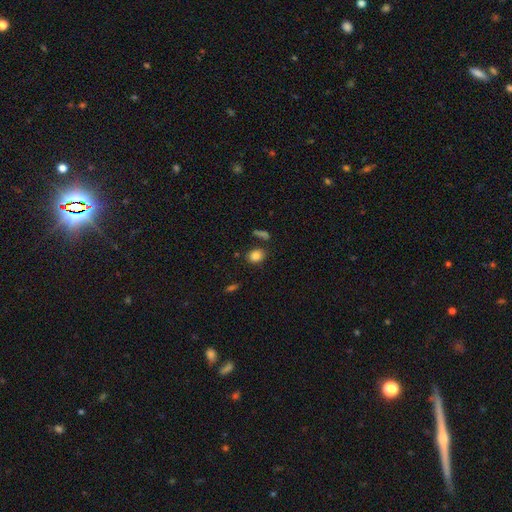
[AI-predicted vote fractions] A smooth galaxy with no disk features (84%) that is in between round and cigar-shaped (53%).

Vote fractions:
- Smooth or featured? smooth: 84% / star or artifact: 10% / featured or disk: 6%
- How rounded? in between: 53% / round: 46% / cigar-shaped: 2%
- Merging? none: 77% / minor disturbance: 12% / merger: 7% / major disturbance: 4%